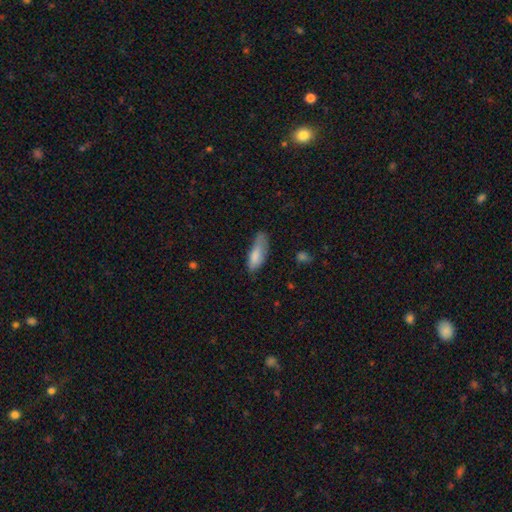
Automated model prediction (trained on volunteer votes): This appears to be a smooth galaxy with no disk features (80%) that is in between round and cigar-shaped (64%). Merging: none (40%).